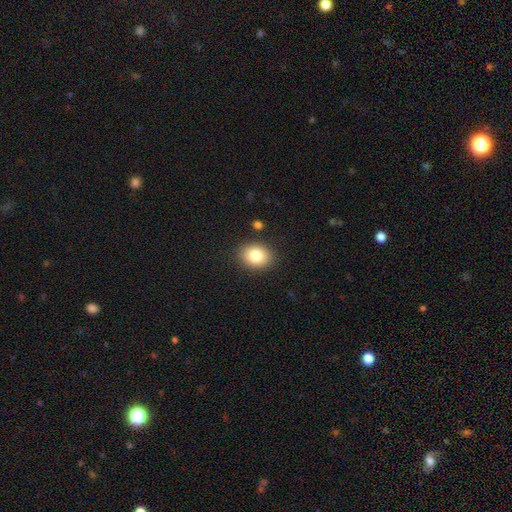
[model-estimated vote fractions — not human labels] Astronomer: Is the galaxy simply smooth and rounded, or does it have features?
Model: smooth — 82%.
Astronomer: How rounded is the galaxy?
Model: in between — 51% (runner-up: round, 48%).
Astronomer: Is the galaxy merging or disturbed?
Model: none — 88%.